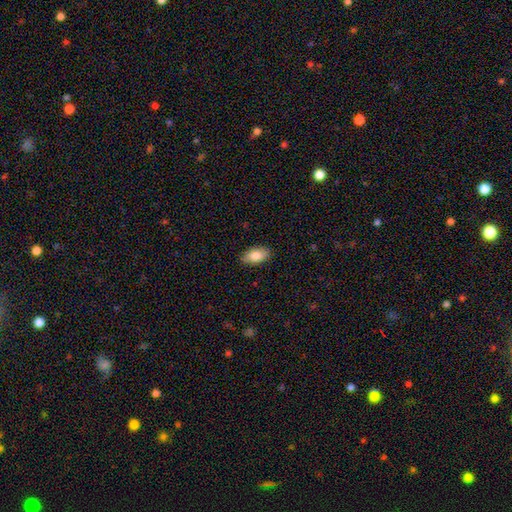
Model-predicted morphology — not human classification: smooth-or-featured: smooth: 83% | featured or disk: 10% | star or artifact: 7%
  how-rounded: in between: 93% | cigar-shaped: 4% | round: 3%
  merging: none: 88% | minor disturbance: 9% | major disturbance: 2% | merger: 1%